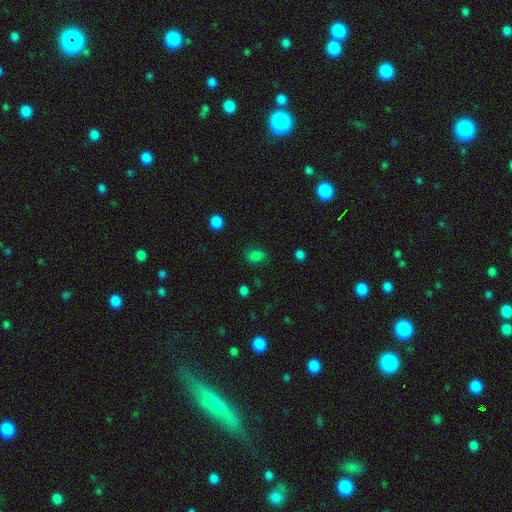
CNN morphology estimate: Smooth or featured? Predicted: smooth (p=0.81). How rounded? Predicted: in between (p=0.75). Merging? Predicted: none (p=0.76).